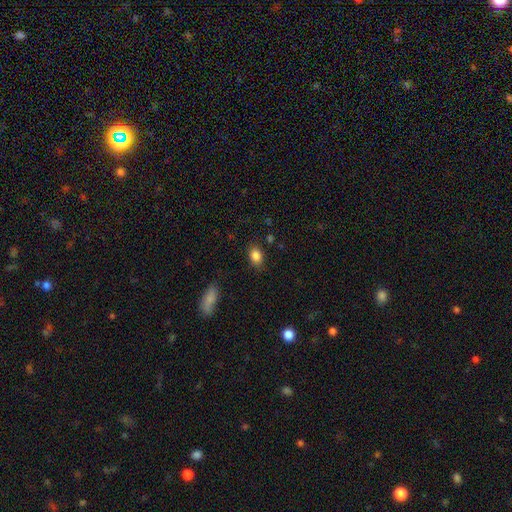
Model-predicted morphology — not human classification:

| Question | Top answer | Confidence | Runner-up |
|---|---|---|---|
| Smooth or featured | smooth | 85% | star or artifact (9%) |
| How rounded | in between | 74% | round (25%) |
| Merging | none | 83% | minor disturbance (12%) |